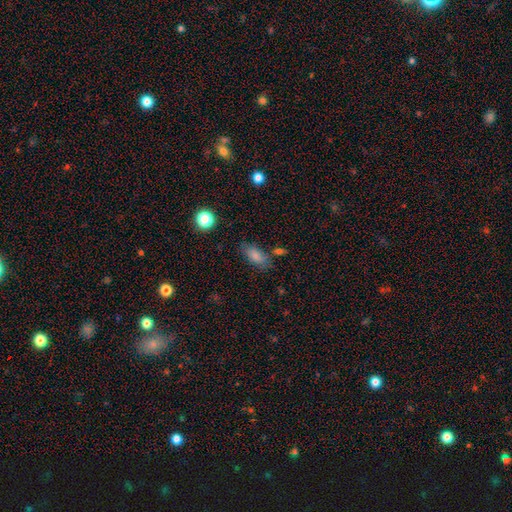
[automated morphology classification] The model was most divided on "merging": none: 71%, minor disturbance: 17%, merger: 8%, major disturbance: 5%. More confident: how rounded — in between (85%); smooth or featured — smooth (83%).